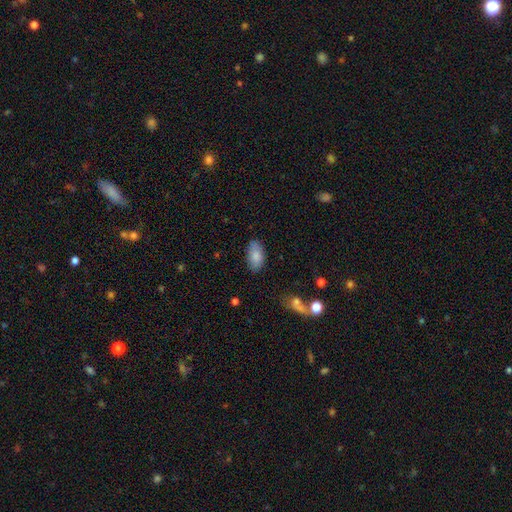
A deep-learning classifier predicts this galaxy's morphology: Overall: smooth (84%). How rounded: in between (94%). Merging: none (82%).